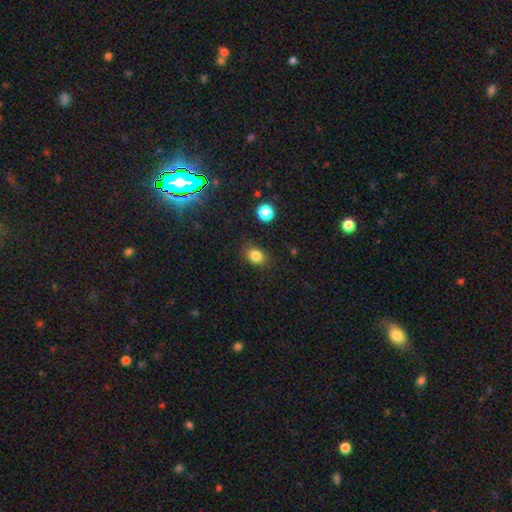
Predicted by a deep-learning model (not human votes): The model was most divided on "how rounded": in between: 63%, round: 36%, cigar-shaped: 1%. More confident: smooth or featured — smooth (84%); merging — none (82%).